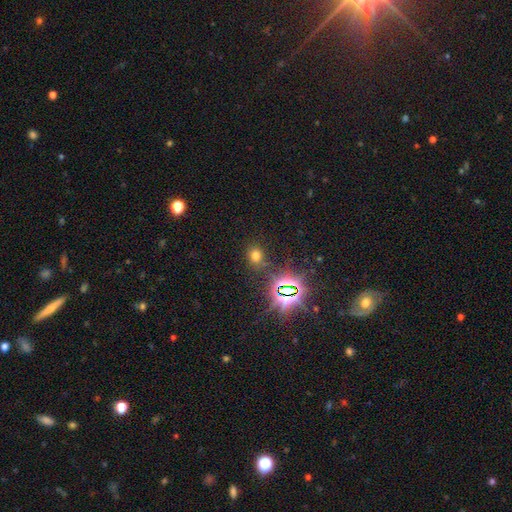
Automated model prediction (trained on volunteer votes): smooth_or_featured: smooth (p=0.59) [alt: star or artifact p=0.34]
how_rounded: round (p=0.61) [alt: in between p=0.37]
merging: none (p=0.81) [alt: minor disturbance p=0.10]